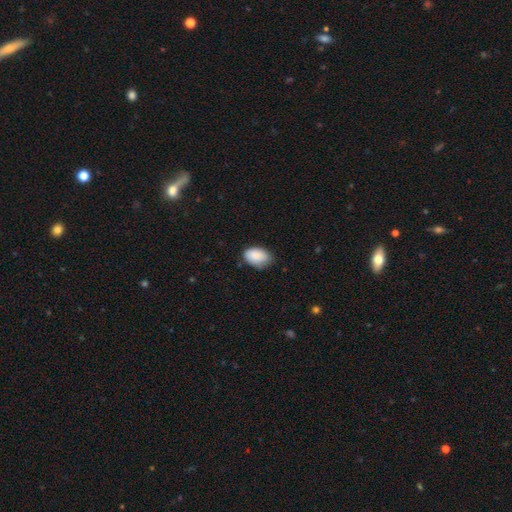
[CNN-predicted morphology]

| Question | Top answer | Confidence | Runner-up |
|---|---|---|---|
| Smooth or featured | smooth | 88% | star or artifact (7%) |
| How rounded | in between | 89% | round (10%) |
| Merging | none | 65% | minor disturbance (29%) |